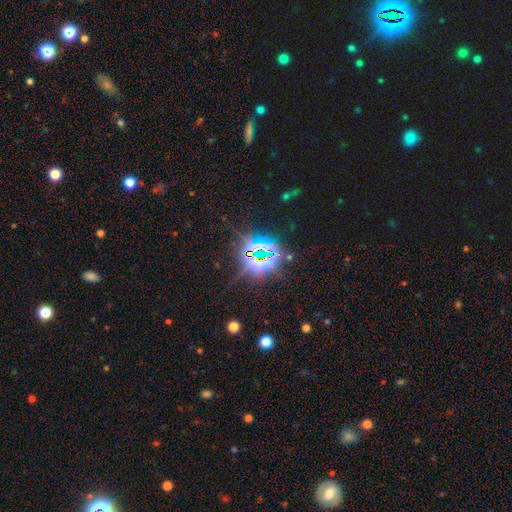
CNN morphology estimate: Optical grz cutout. It shows a star or artifact, not a galaxy (83%).